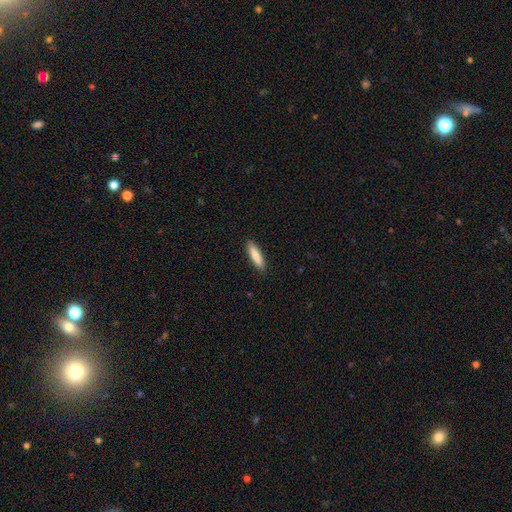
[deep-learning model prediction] This appears to be a smooth galaxy with no disk features (85%) that is cigar-shaped (74%). Merging: none (90%).